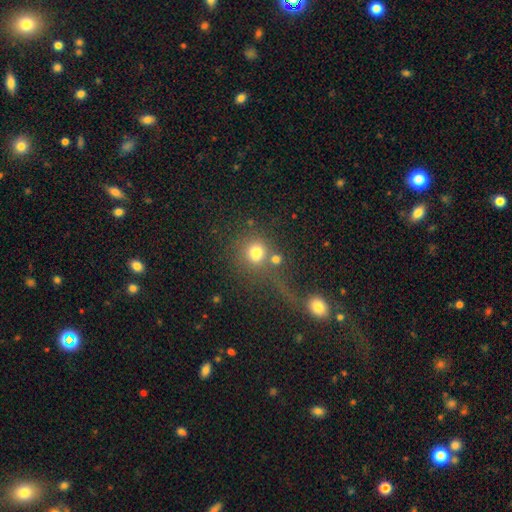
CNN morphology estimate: This is likely a smooth galaxy (71%). How rounded: clearly round (85%). Merging: possibly none (47%).